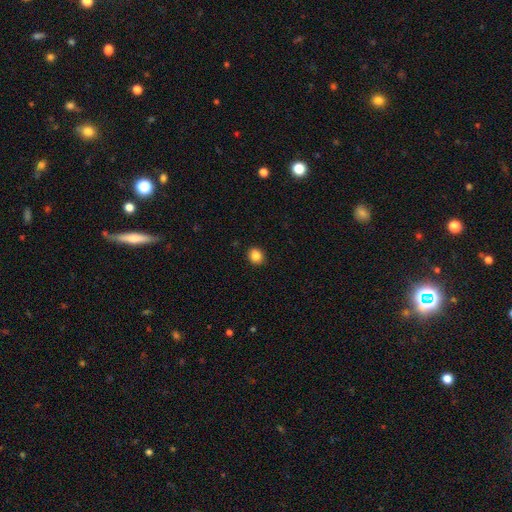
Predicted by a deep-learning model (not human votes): This is clearly a smooth galaxy (86%). How rounded: likely round (75%). Merging: clearly none (91%).